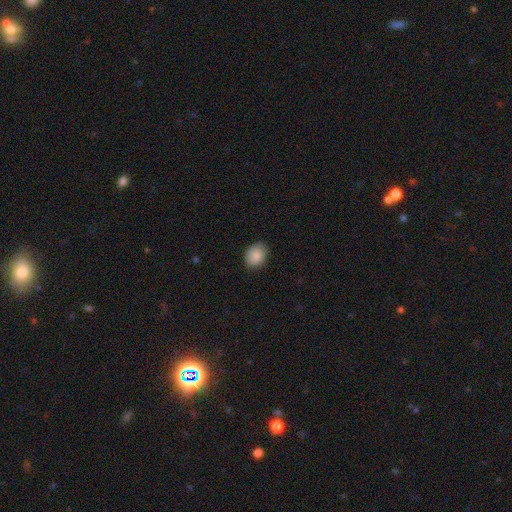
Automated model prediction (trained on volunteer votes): This appears to be a smooth galaxy with no disk features (88%) that is in between round and cigar-shaped (69%). Merging: none (81%).